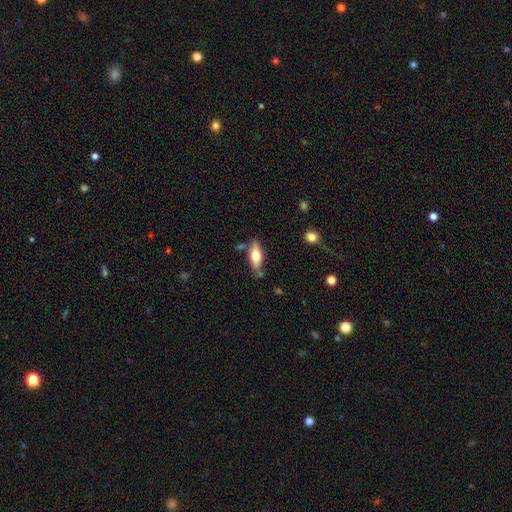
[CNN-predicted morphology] Smooth or featured?
  - smooth: 59% *
  - featured or disk: 34%
  - star or artifact: 6%
How rounded?
  - in between: 63% *
  - cigar-shaped: 34%
  - round: 3%
Merging?
  - none: 73% *
  - minor disturbance: 17%
  - merger: 6%
  - major disturbance: 4%